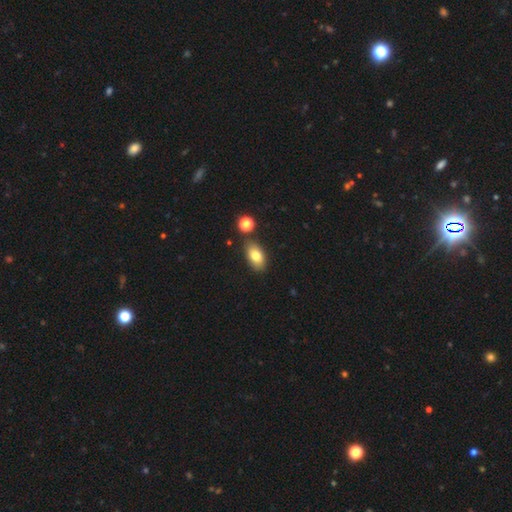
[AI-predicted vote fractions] This appears to be a smooth galaxy with no disk features (79%) that is in between round and cigar-shaped (89%). Merging: none (79%).